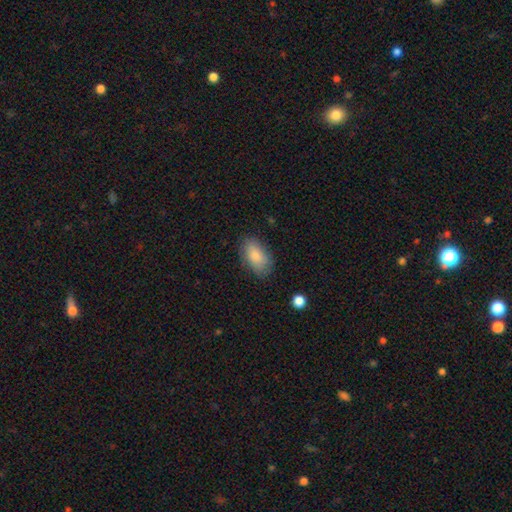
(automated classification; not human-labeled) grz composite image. It shows a smooth galaxy with no disk features (84%) that is in between round and cigar-shaped (92%). Merging: none (78%).